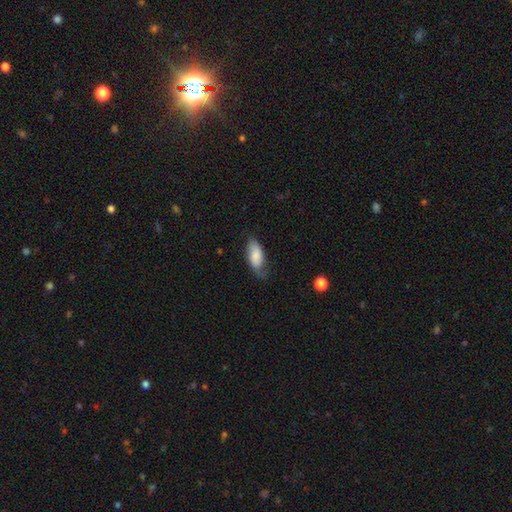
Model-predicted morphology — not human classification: Q: Smooth or featured?
A: smooth (77%); runner-up: featured or disk (17%)
Q: How rounded?
A: in between (90%); runner-up: cigar-shaped (8%)
Q: Merging?
A: none (53%); runner-up: minor disturbance (34%)